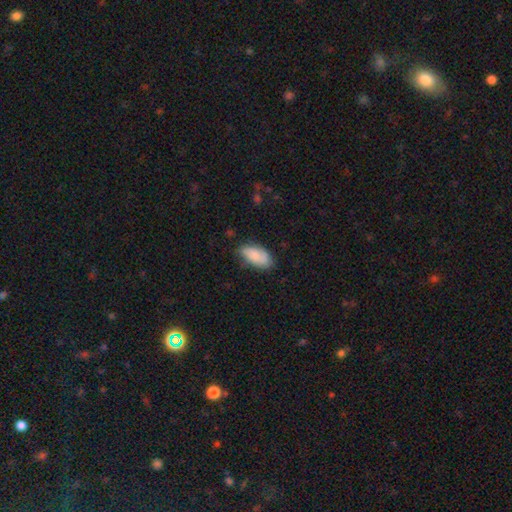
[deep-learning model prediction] Smooth or featured?
  - smooth: 78% *
  - featured or disk: 15%
  - star or artifact: 7%
How rounded?
  - in between: 92% *
  - cigar-shaped: 5%
  - round: 3%
Merging?
  - none: 67% *
  - minor disturbance: 26%
  - major disturbance: 6%
  - merger: 2%